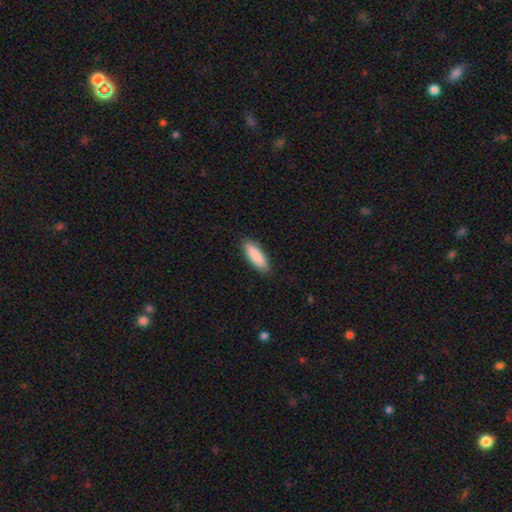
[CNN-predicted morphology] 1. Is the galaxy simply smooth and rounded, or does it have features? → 89% smooth, 6% star or artifact, 5% featured or disk.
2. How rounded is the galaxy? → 50% in between, 49% cigar-shaped, 2% round.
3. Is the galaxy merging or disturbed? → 88% none, 9% minor disturbance, 2% major disturbance, 1% merger.